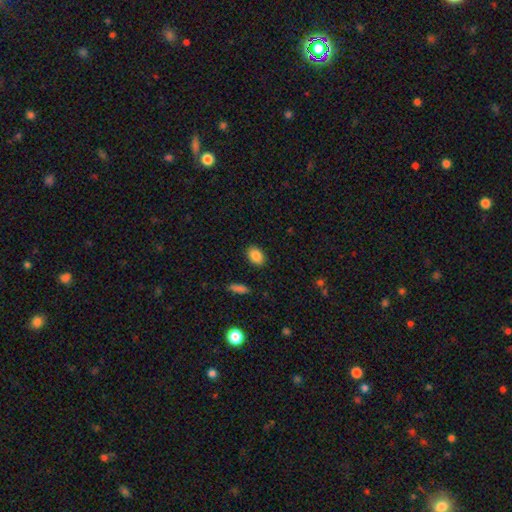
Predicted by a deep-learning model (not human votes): Q: Smooth or featured?
A: smooth (88%); runner-up: star or artifact (8%)
Q: How rounded?
A: in between (82%); runner-up: round (16%)
Q: Merging?
A: none (88%); runner-up: minor disturbance (8%)